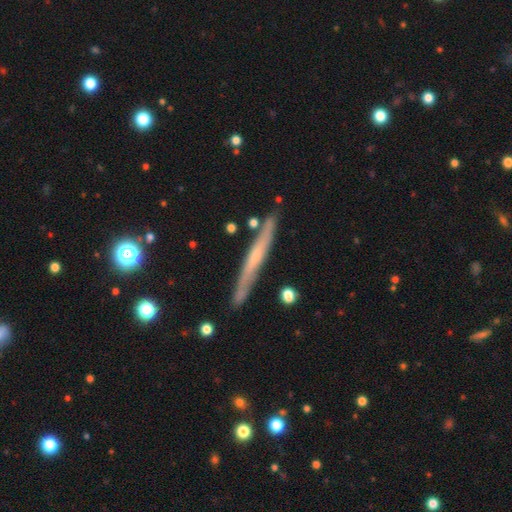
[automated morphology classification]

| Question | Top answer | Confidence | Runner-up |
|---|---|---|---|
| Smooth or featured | featured or disk | 63% | smooth (31%) |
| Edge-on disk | yes | 93% | no (7%) |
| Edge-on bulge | none | 54% | rounded (41%) |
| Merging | none | 83% | minor disturbance (12%) |